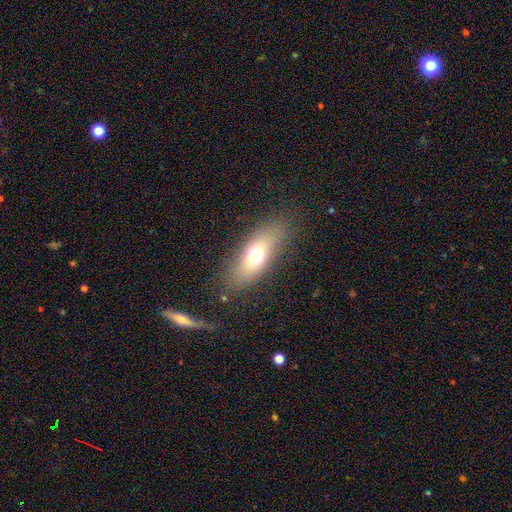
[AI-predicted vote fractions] smooth 64%, featured or disk 24%, star or artifact 11%. Down the decision tree: how rounded — in between (66%); merging — none (83%).